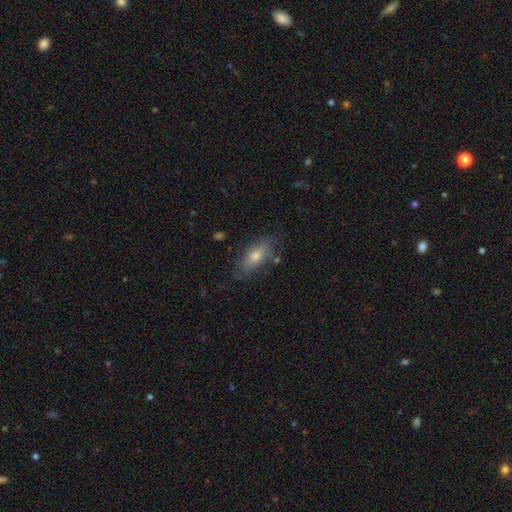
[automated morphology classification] smooth 62%, featured or disk 29%, star or artifact 9%. Down the decision tree: how rounded — in between (72%); merging — none (77%).